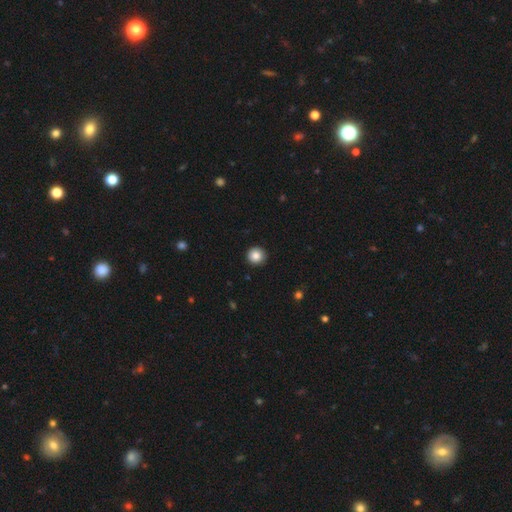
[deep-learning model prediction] A smooth galaxy with no disk features (86%) that is round (95%). Merging: none (92%).